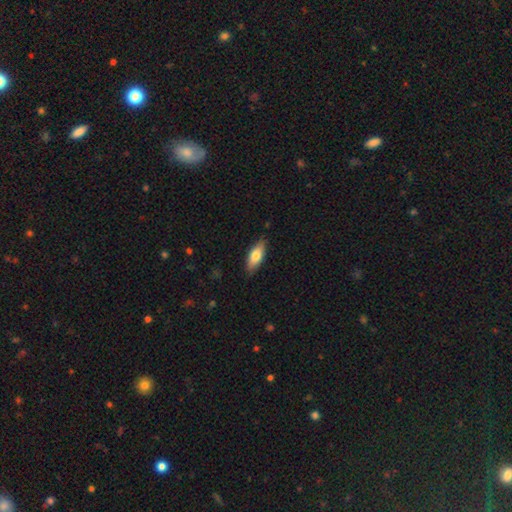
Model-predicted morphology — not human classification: smooth 73%, featured or disk 21%, star or artifact 6%. Down the decision tree: how rounded — in between (74%); merging — none (84%).